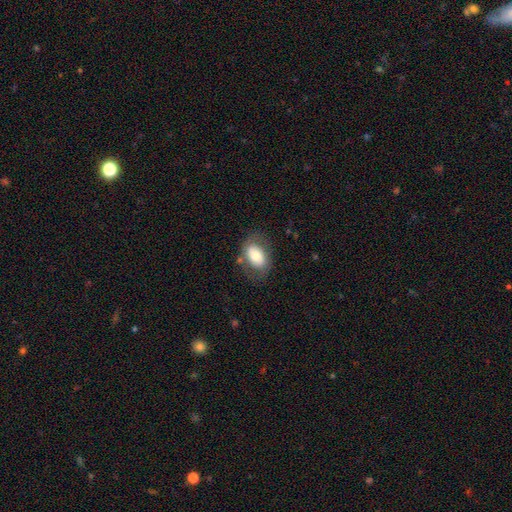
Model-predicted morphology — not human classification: smooth_or_featured: smooth (p=0.69) [alt: featured or disk p=0.23]
how_rounded: in between (p=0.86) [alt: round p=0.12]
merging: none (p=0.69) [alt: minor disturbance p=0.18]